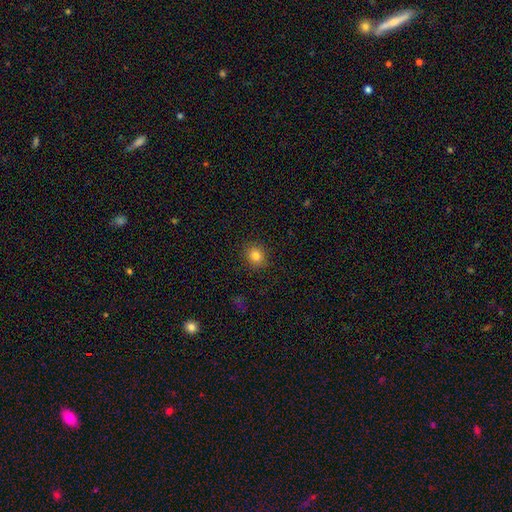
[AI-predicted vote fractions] A smooth galaxy with no disk features (82%) that is round (76%). Merging: none (89%).